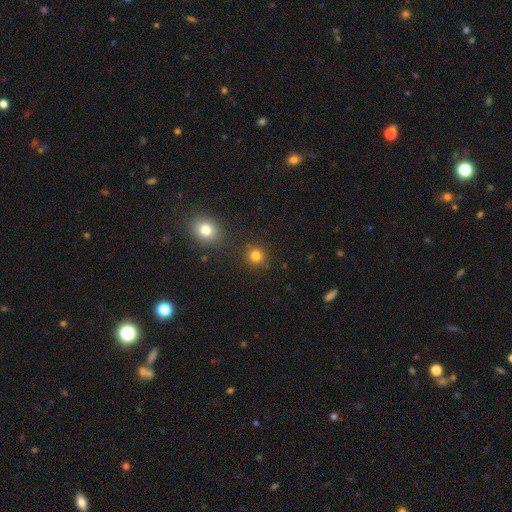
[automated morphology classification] Smooth or featured? Predicted: smooth (p=0.80). How rounded? Predicted: round (p=0.89). Merging? Predicted: none (p=0.85).